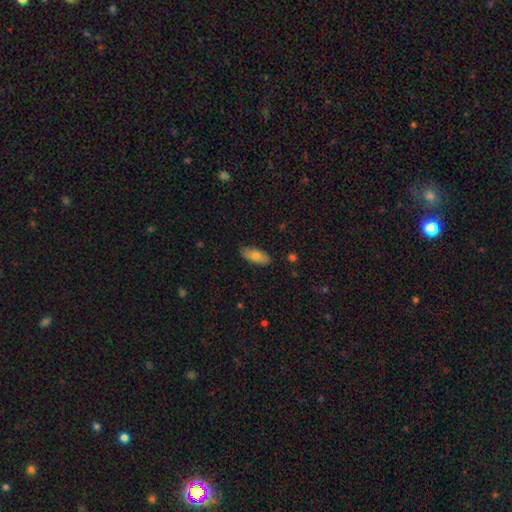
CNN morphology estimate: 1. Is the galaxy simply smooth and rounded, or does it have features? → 76% smooth, 17% featured or disk, 7% star or artifact.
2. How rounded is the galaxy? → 84% in between, 13% cigar-shaped, 3% round.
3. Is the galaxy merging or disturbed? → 82% none, 14% minor disturbance, 2% major disturbance, 1% merger.